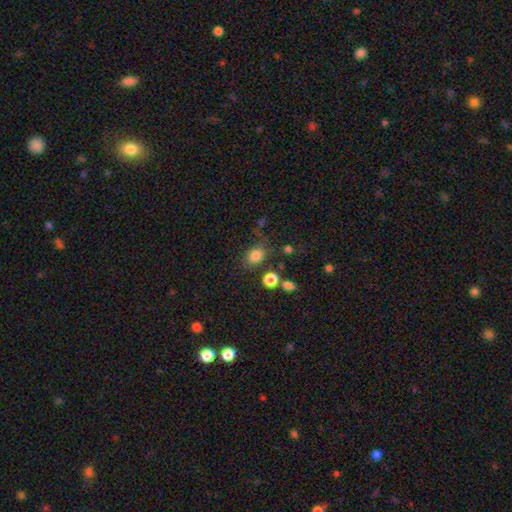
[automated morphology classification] The model was most divided on "how rounded": in between: 62%, round: 37%, cigar-shaped: 1%. More confident: smooth or featured — smooth (82%); merging — none (69%).